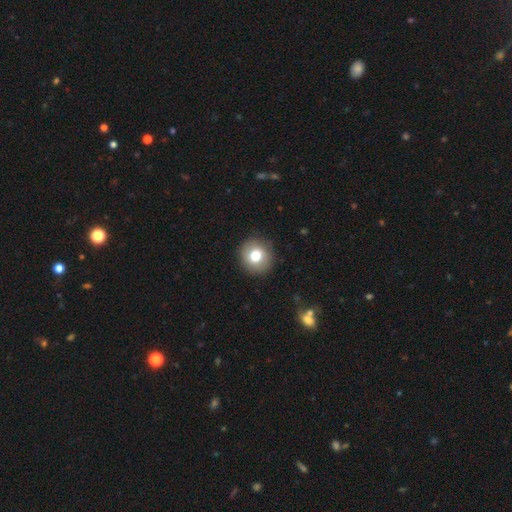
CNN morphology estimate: The model was most divided on "smooth or featured": smooth: 76%, featured or disk: 14%, star or artifact: 10%. More confident: how rounded — round (92%); merging — none (91%).